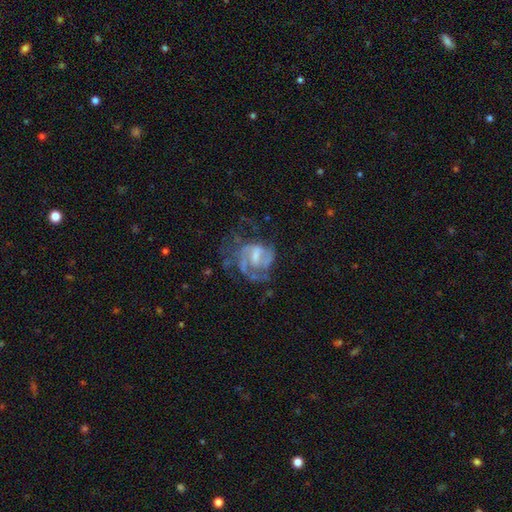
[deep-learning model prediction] This appears to be a featured or disk galaxy (75%) with a weak bar (51%), medium (43%) spiral arms (74%) and a moderate central bulge (35%). Merging: major disturbance (38%).